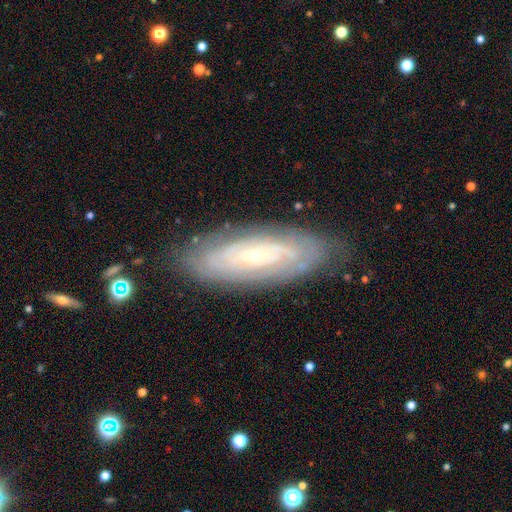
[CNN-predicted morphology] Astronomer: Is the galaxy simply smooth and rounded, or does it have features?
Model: featured or disk — 75%.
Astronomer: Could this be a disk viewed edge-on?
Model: no — 85%.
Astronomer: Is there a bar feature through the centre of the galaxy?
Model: no — 70%.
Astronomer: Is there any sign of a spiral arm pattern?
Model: yes — 81%.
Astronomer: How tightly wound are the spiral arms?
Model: tight — 78%.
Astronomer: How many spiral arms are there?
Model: can't tell — 64%.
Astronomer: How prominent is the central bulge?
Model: small — 81%.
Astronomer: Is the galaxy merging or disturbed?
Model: none — 81%.